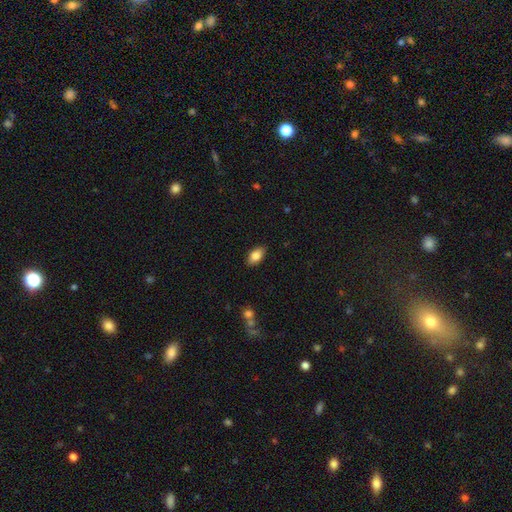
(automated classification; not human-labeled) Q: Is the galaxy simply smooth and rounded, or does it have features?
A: smooth — 84%.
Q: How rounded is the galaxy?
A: in between — 91%.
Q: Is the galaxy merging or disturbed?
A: none — 87%.